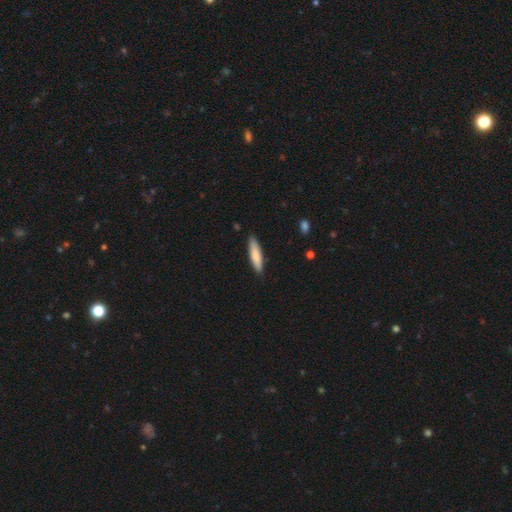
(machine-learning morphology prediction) Overall: smooth (81%). How rounded: cigar-shaped (77%). Merging: none (88%).